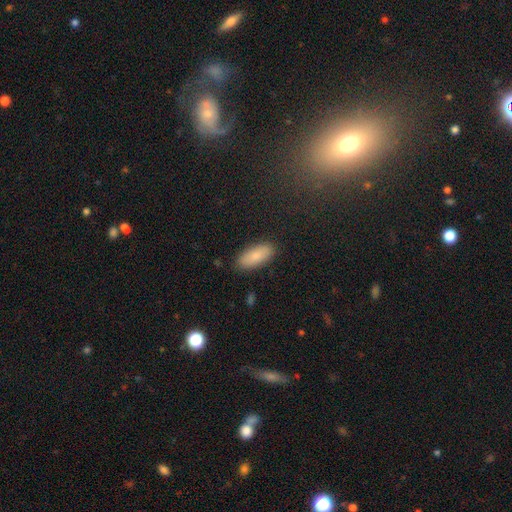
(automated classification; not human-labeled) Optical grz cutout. It shows a smooth galaxy with no disk features (82%) that is in between round and cigar-shaped (85%). Merging: none (87%).